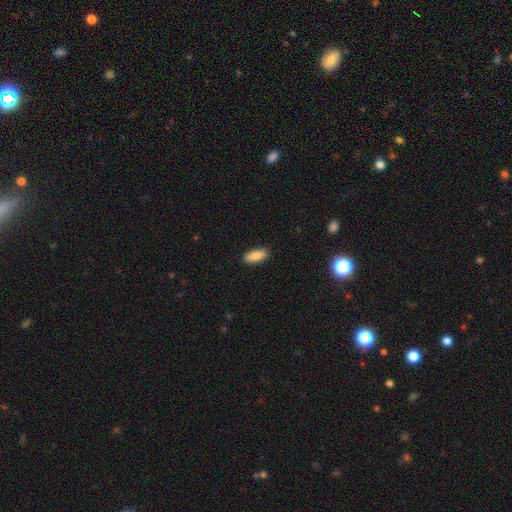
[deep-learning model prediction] Smooth or featured? Predicted: smooth (p=0.83). How rounded? Predicted: in between (p=0.74). Merging? Predicted: none (p=0.89).